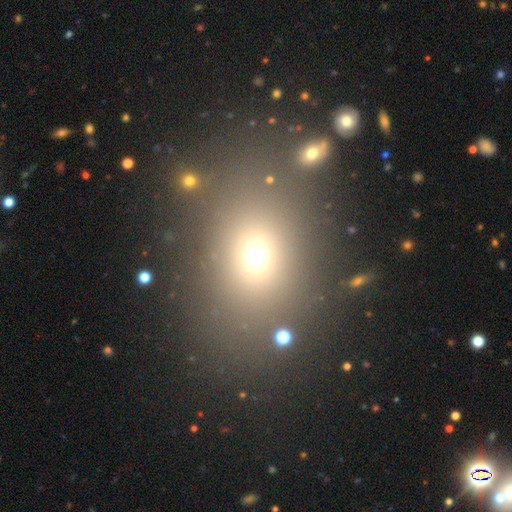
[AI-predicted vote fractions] Overall: smooth (68%). How rounded: in between (49%, tied with round). Merging: none (75%).